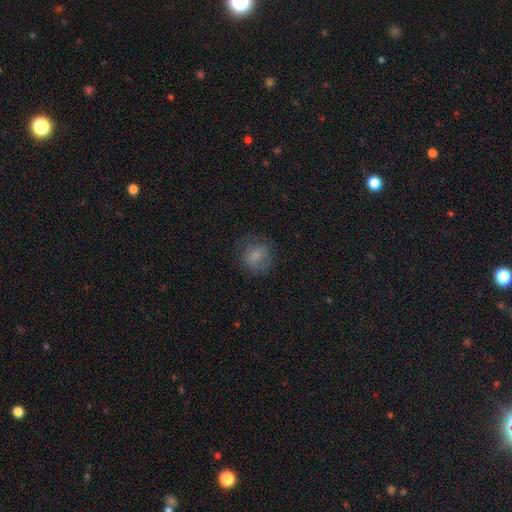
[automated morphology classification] Smooth or featured: smooth — 72% (featured or disk — 18%)
How rounded: round — 72% (in between — 27%)
Merging: none — 66% (minor disturbance — 20%)